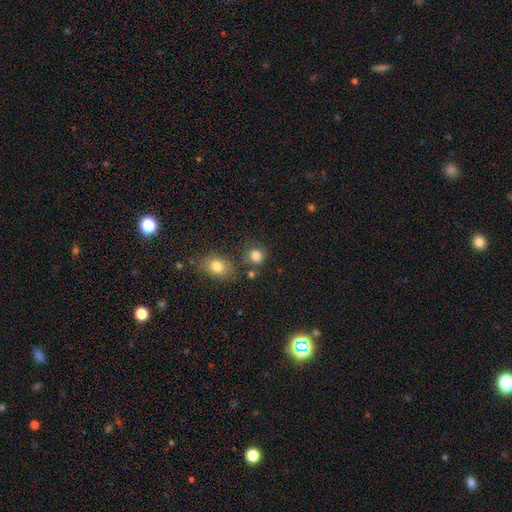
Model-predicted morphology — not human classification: This appears to be a smooth galaxy with no disk features (81%) that is round (78%). Merging: none (65%).